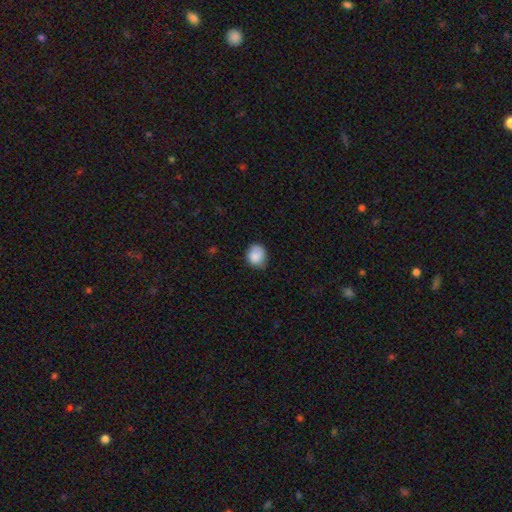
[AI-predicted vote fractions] This appears to be a smooth galaxy with no disk features (87%) that is round (65%). Merging: none (68%).